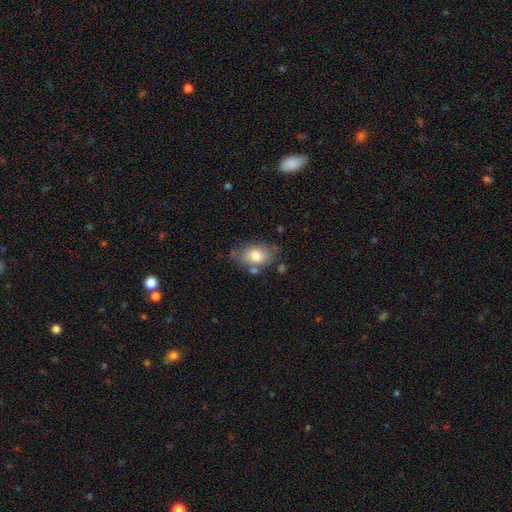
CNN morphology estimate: The model was most divided on "merging": none: 65%, minor disturbance: 21%, merger: 9%, major disturbance: 6%. More confident: how rounded — in between (82%); smooth or featured — smooth (77%).